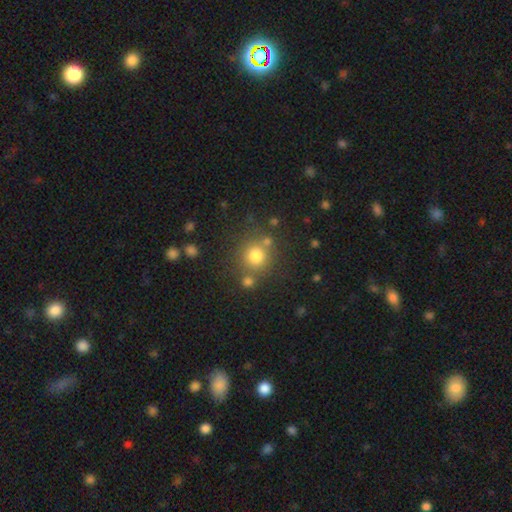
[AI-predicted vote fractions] The model was most divided on "merging": none: 72%, merger: 14%, minor disturbance: 10%, major disturbance: 4%. More confident: how rounded — round (90%); smooth or featured — smooth (77%).